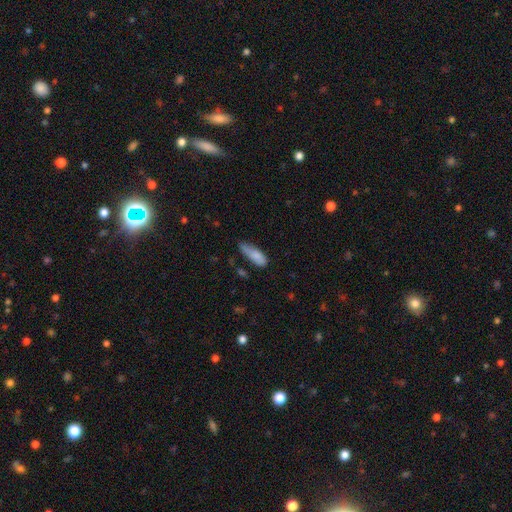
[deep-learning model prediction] A smooth galaxy with no disk features (81%) that is in between round and cigar-shaped (61%).

Vote fractions:
- Smooth or featured? smooth: 81% / featured or disk: 12% / star or artifact: 7%
- How rounded? in between: 61% / cigar-shaped: 37% / round: 2%
- Merging? none: 41% / minor disturbance: 40% / major disturbance: 13% / merger: 5%